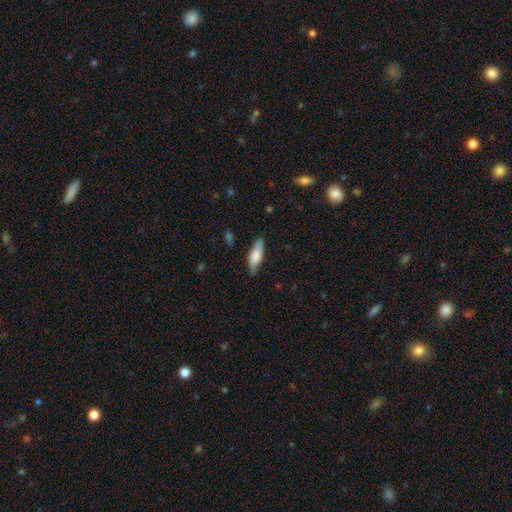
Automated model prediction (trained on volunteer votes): This appears to be a smooth galaxy with no disk features (71%) that is in between round and cigar-shaped (53%). Merging: none (75%).